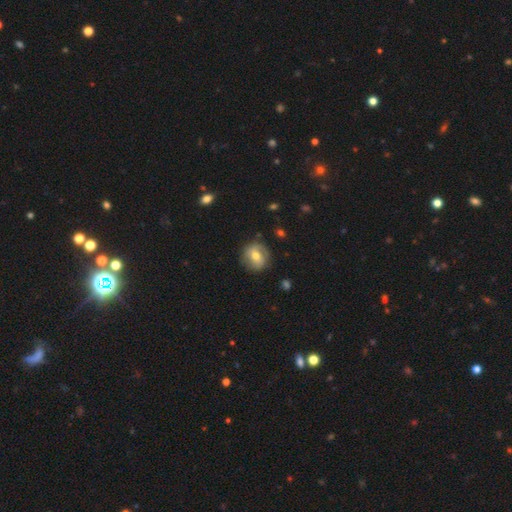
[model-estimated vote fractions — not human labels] Morphology: type=smooth (48%); merging=none (79%).